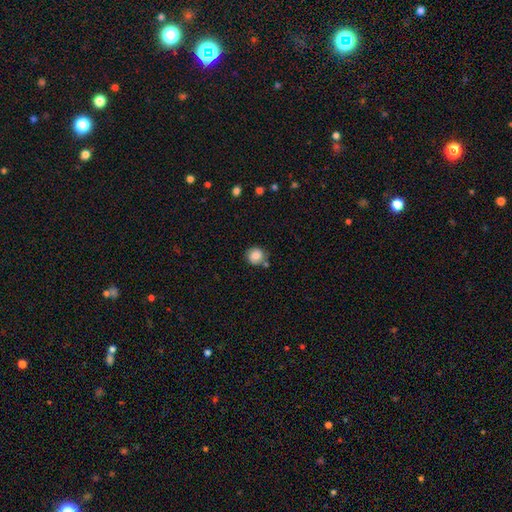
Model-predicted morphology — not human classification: smooth-or-featured: smooth: 83% | star or artifact: 9% | featured or disk: 8%
  how-rounded: round: 91% | in between: 8% | cigar-shaped: 1%
  merging: none: 74% | minor disturbance: 14% | merger: 8% | major disturbance: 4%